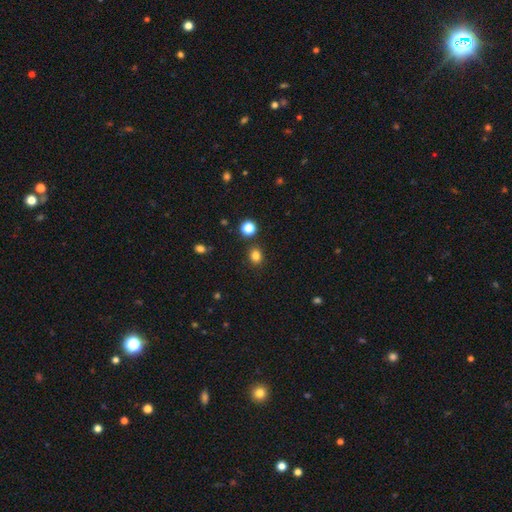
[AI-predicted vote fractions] Smooth or featured?
  - smooth: 82% *
  - star or artifact: 14%
  - featured or disk: 4%
How rounded?
  - round: 66% *
  - in between: 33%
  - cigar-shaped: 1%
Merging?
  - none: 85% *
  - minor disturbance: 8%
  - merger: 4%
  - major disturbance: 3%